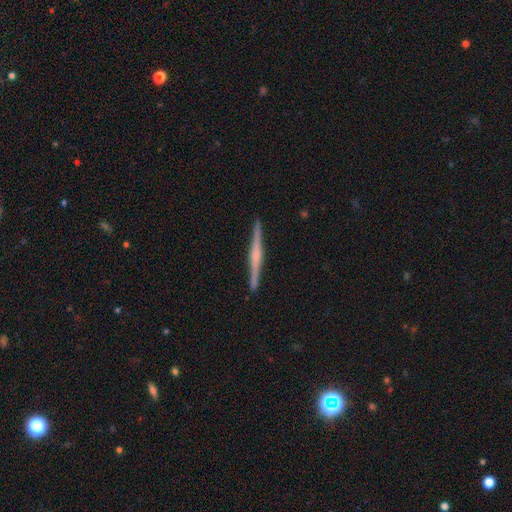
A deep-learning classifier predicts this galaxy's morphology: featured or disk 75%, smooth 20%, star or artifact 5%. Down the decision tree: edge-on disk — yes (99%); edge-on bulge — rounded (53%); merging — none (92%).